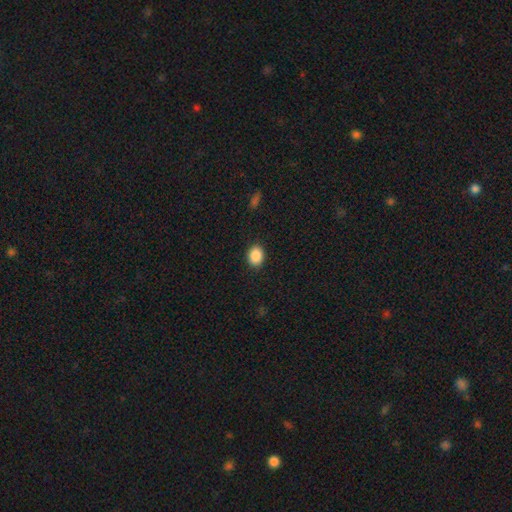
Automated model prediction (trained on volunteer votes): Overall: smooth (89%). How rounded: in between (55%; round 44%). Merging: none (89%).